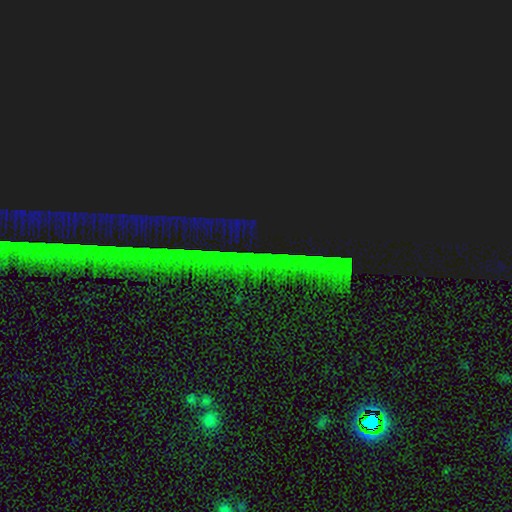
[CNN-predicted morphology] Q: Smooth or featured?
A: star or artifact (85%); runner-up: featured or disk (8%)